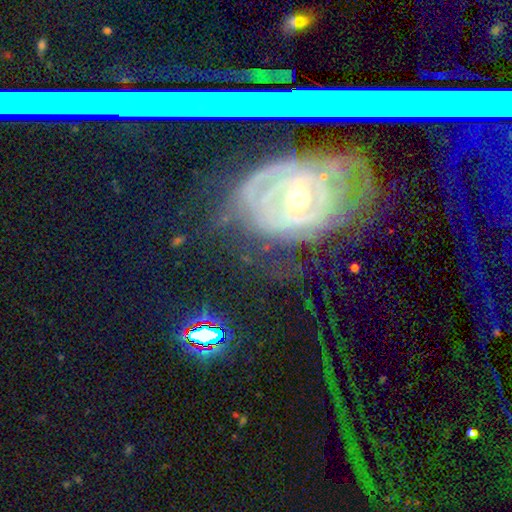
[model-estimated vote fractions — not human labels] This appears to be a featured or disk galaxy (65%) with no bar (46%), spiral arms (74%) and a moderate central bulge (65%). Merging: none (67%).